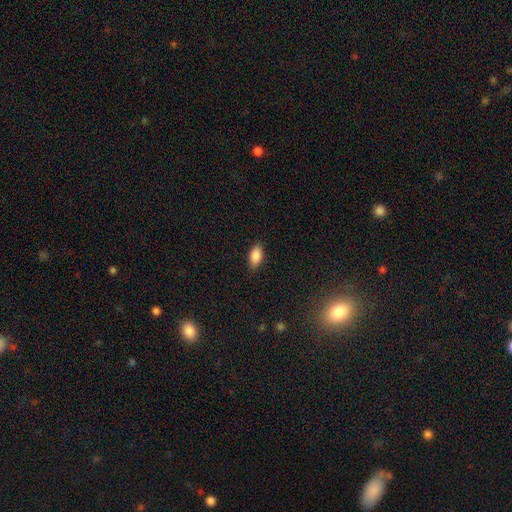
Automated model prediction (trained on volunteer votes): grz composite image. It shows a smooth galaxy with no disk features (87%) that is in between round and cigar-shaped (92%). Merging: none (86%).